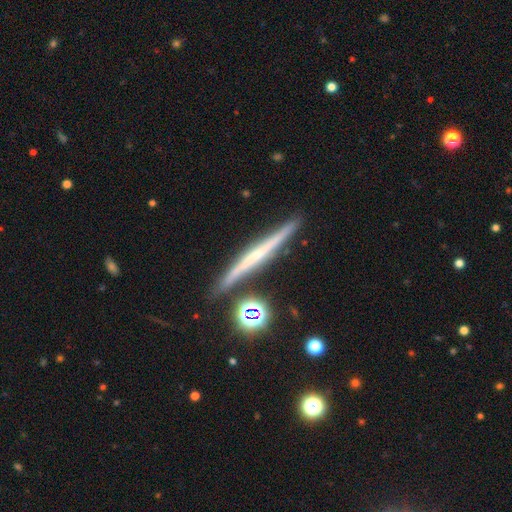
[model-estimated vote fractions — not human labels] Morphology: type=featured or disk (64%); edge-on=yes (97%); edge-on bulge=none (73%); merging=none (88%).